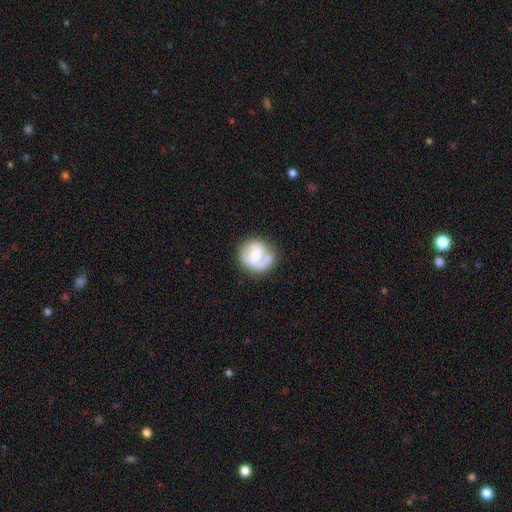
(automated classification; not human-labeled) smooth-or-featured: featured or disk: 63% | smooth: 31% | star or artifact: 6%
  disk-edge-on: no: 98% | yes: 2%
    bar: weak: 44% | no: 42% | strong: 13%
    has-spiral-arms: yes: 85% | no: 15%
      spiral-winding: medium: 43% | tight: 35% | loose: 22%
      spiral-arm-count: 2: 62% | 1: 22% | can't tell: 11% | 3: 3% | 4: 1% | more than 4: 1%
    bulge-size: moderate: 44% | small: 34% | large: 11% | none: 9% | dominant: 2%
  merging: none: 63% | minor disturbance: 21% | major disturbance: 11% | merger: 5%